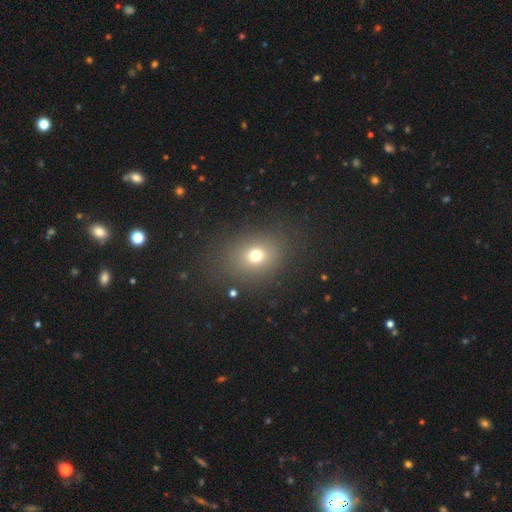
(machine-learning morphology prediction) Smooth or featured: smooth — 71% (star or artifact — 18%)
How rounded: round — 53% (in between — 46%)
Merging: none — 82% (minor disturbance — 10%)